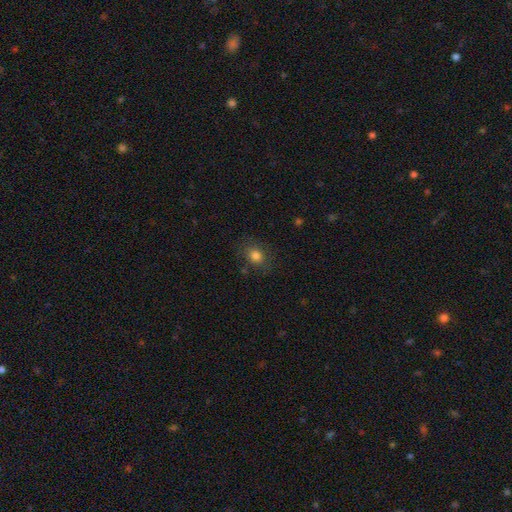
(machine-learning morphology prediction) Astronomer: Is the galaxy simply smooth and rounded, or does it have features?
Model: smooth — 80%.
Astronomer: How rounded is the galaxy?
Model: round — 63%.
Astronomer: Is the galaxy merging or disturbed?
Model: none — 80%.